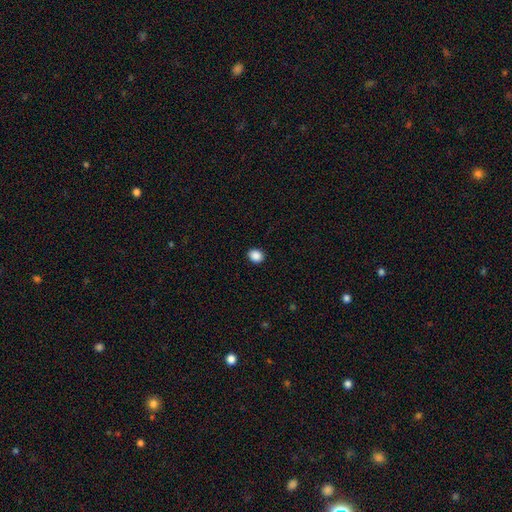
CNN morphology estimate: smooth-or-featured: smooth: 88% | star or artifact: 9% | featured or disk: 2%
  how-rounded: round: 63% | in between: 36% | cigar-shaped: 1%
  merging: none: 91% | minor disturbance: 6% | major disturbance: 2% | merger: 1%